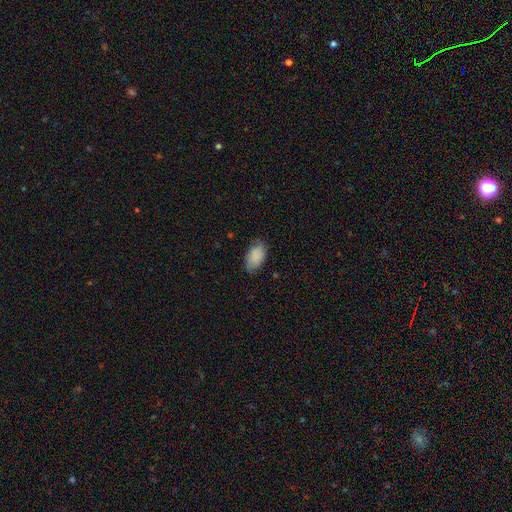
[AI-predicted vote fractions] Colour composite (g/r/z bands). It shows a smooth galaxy with no disk features (85%) that is in between round and cigar-shaped (93%). Merging: none (71%).